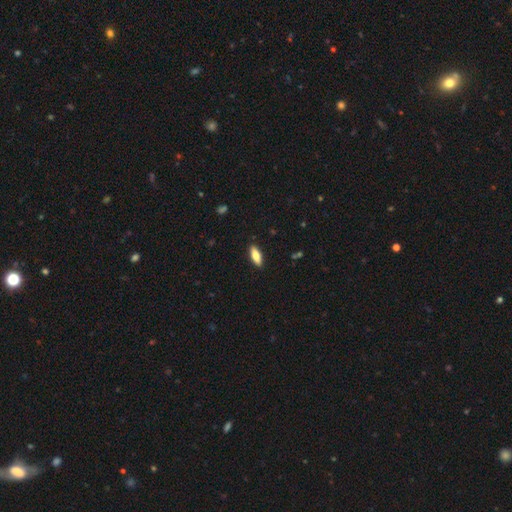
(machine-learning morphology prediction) smooth_or_featured: smooth (p=0.72) [alt: featured or disk p=0.22]
how_rounded: in between (p=0.67) [alt: cigar-shaped p=0.31]
merging: none (p=0.89) [alt: minor disturbance p=0.08]